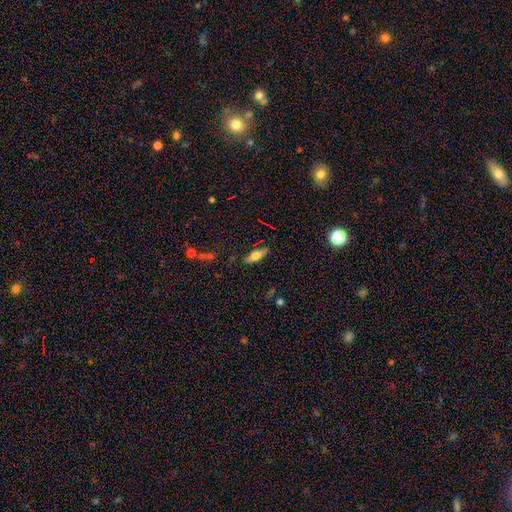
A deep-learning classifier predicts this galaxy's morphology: Smooth or featured? Predicted: smooth (p=0.64). How rounded? Predicted: in between (p=0.63). Merging? Predicted: none (p=0.83).